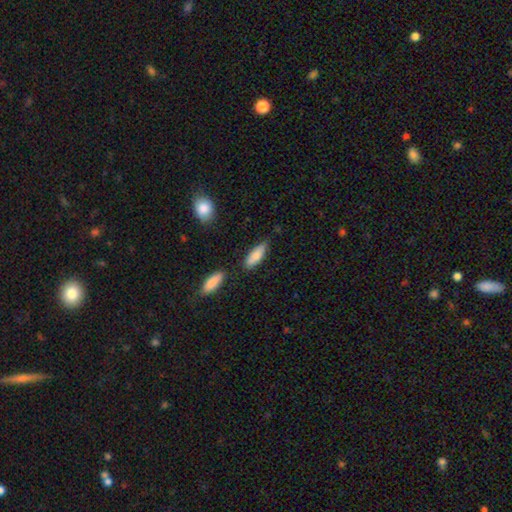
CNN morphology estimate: This appears to be a smooth galaxy with no disk features (79%) that is in between round and cigar-shaped (59%). Merging: none (72%).